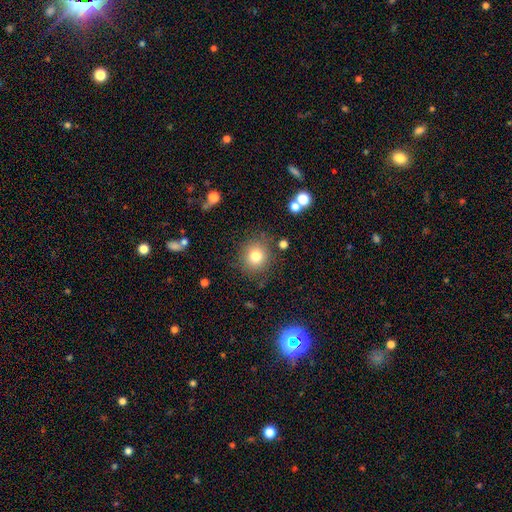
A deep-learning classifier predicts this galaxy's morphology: Smooth or featured?
  - smooth: 80% *
  - star or artifact: 12%
  - featured or disk: 8%
How rounded?
  - round: 88% *
  - in between: 11%
  - cigar-shaped: 1%
Merging?
  - none: 83% *
  - minor disturbance: 10%
  - major disturbance: 4%
  - merger: 3%